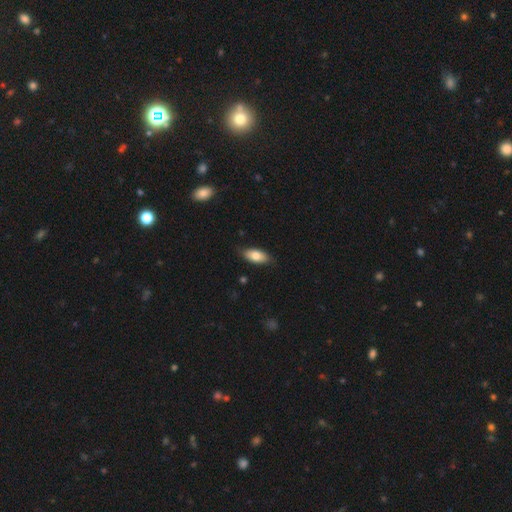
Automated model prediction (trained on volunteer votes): smooth_or_featured: smooth (p=0.78) [alt: featured or disk p=0.15]
how_rounded: in between (p=0.89) [alt: cigar-shaped p=0.09]
merging: none (p=0.82) [alt: minor disturbance p=0.15]